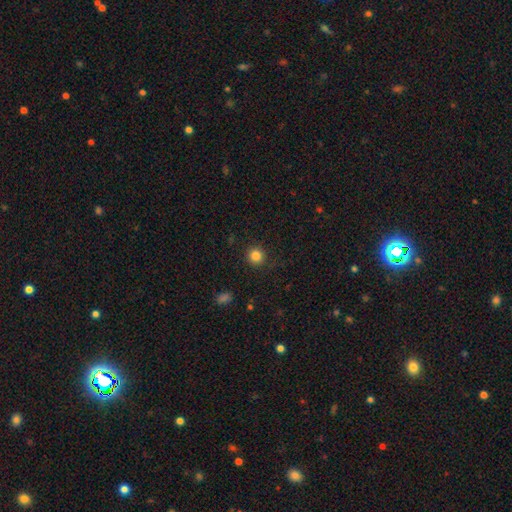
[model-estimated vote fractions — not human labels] A smooth galaxy with no disk features (84%) that is round (95%). Merging: none (89%).